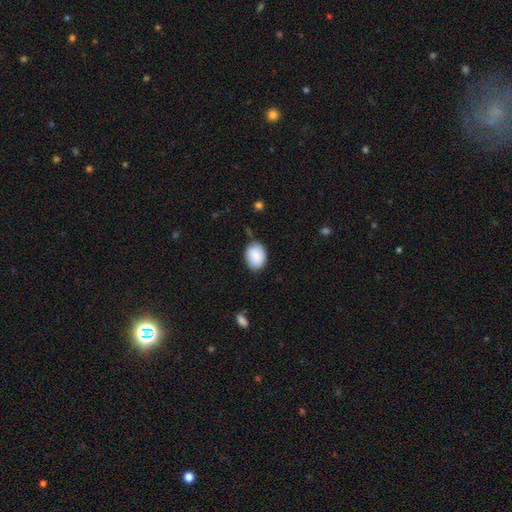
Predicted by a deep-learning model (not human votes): Smooth or featured?
  - smooth: 85% *
  - featured or disk: 8%
  - star or artifact: 7%
How rounded?
  - in between: 71% *
  - round: 28%
  - cigar-shaped: 1%
Merging?
  - none: 74% *
  - minor disturbance: 20%
  - major disturbance: 4%
  - merger: 2%